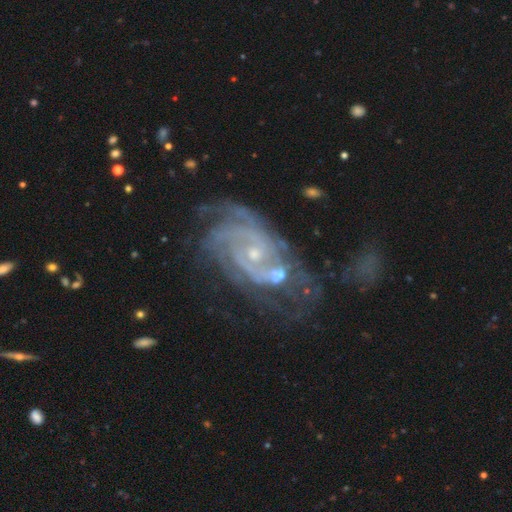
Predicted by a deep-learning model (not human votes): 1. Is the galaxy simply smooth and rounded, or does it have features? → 88% featured or disk, 7% star or artifact, 5% smooth.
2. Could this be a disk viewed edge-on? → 97% no, 3% yes.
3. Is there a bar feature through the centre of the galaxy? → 66% no, 27% weak, 7% strong.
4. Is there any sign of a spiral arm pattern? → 97% yes, 3% no.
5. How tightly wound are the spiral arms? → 61% tight, 31% medium, 8% loose.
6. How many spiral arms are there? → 27% can't tell, 23% 2, 22% 3, 13% 4, 8% more than 4, 7% 1.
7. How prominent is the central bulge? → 76% small, 19% moderate, 3% none, 1% large, 1% dominant.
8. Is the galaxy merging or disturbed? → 35% merger, 32% none, 17% minor disturbance, 16% major disturbance.